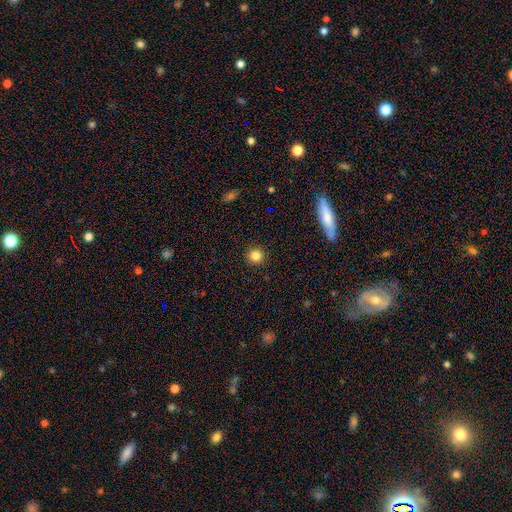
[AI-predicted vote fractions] smooth_or_featured: smooth (p=0.84) [alt: star or artifact p=0.12]
how_rounded: round (p=0.95) [alt: in between p=0.04]
merging: none (p=0.93) [alt: minor disturbance p=0.05]